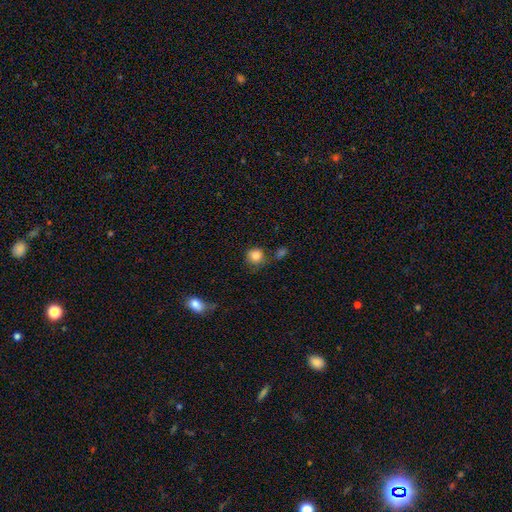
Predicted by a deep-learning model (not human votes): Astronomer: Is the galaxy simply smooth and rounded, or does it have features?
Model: smooth — 83%.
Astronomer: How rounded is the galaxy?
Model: round — 88%.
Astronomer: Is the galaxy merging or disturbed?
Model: none — 68%.